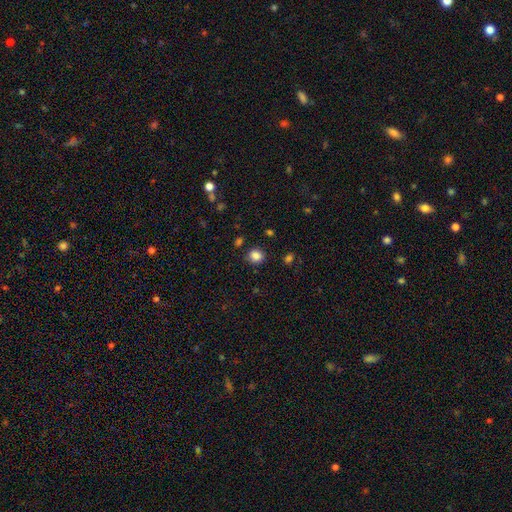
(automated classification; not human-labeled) Smooth or featured?
  - smooth: 85% *
  - star or artifact: 11%
  - featured or disk: 4%
How rounded?
  - round: 74% *
  - in between: 26%
  - cigar-shaped: 1%
Merging?
  - none: 83% *
  - minor disturbance: 11%
  - major disturbance: 3%
  - merger: 3%